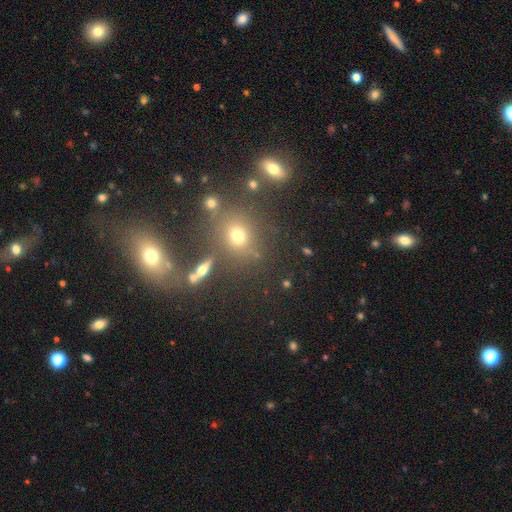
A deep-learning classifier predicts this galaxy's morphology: smooth 51%, star or artifact 33%, featured or disk 16%. Down the decision tree: how rounded — round (64%); merging — none (58%).